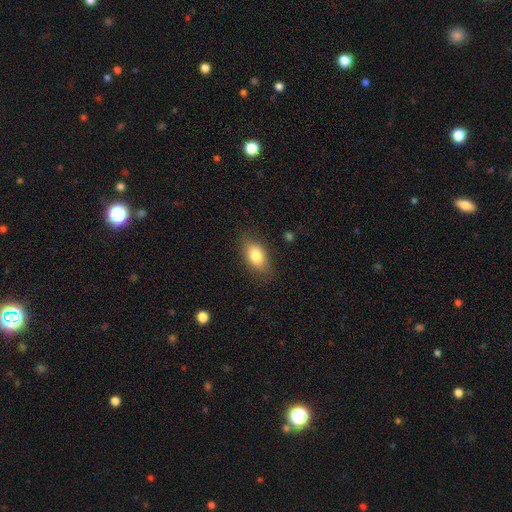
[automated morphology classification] The model was most divided on "merging": none: 81%, minor disturbance: 14%, major disturbance: 4%, merger: 1%. More confident: how rounded — in between (88%); smooth or featured — smooth (81%).